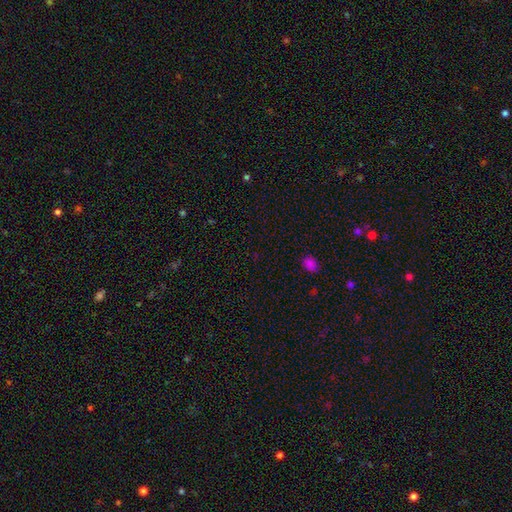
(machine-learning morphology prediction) type=star or artifact (56%).